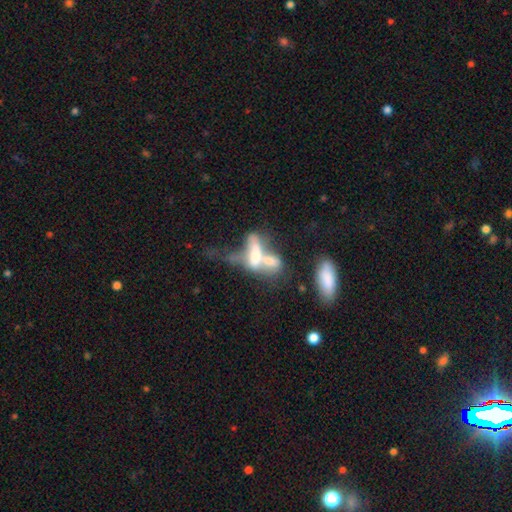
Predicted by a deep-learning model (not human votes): Smooth or featured?
  - smooth: 47% *
  - featured or disk: 43%
  - star or artifact: 11%
Merging?
  - merger: 71% *
  - major disturbance: 14%
  - none: 9%
  - minor disturbance: 6%